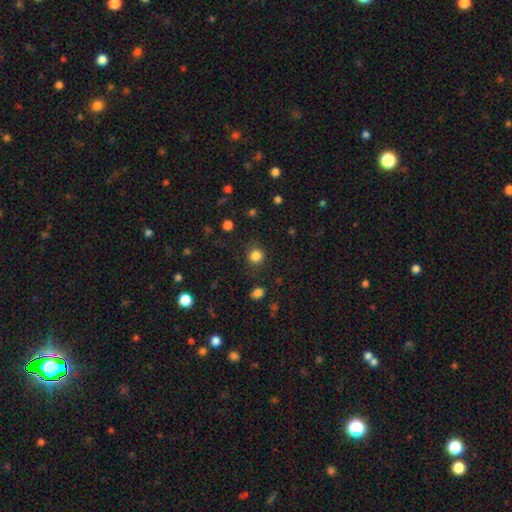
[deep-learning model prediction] smooth 83%, star or artifact 13%, featured or disk 4%. Down the decision tree: how rounded — round (88%); merging — none (84%).